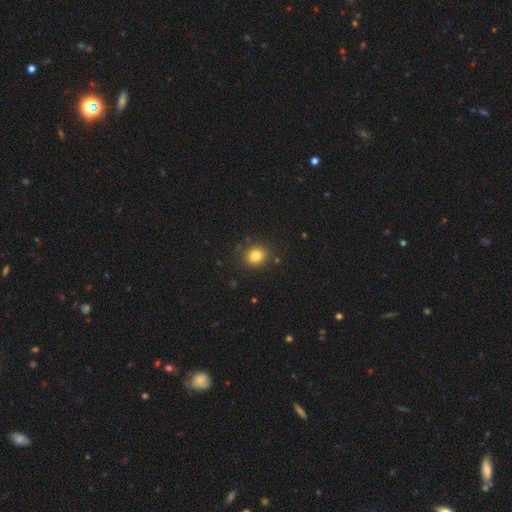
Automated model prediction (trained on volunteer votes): Overall: smooth (81%). How rounded: round (74%). Merging: none (87%).